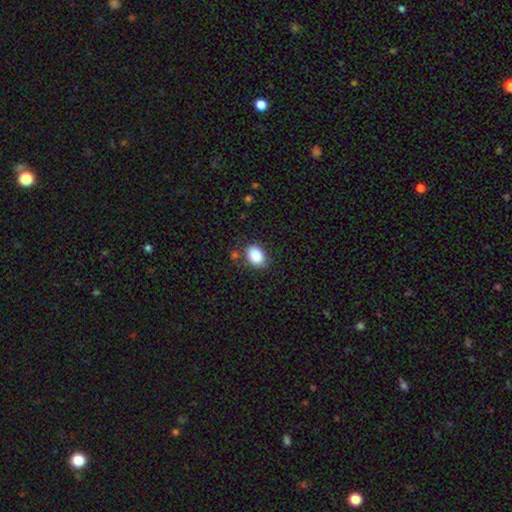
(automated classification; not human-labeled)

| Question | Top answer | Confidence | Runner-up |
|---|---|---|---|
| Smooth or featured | smooth | 88% | star or artifact (8%) |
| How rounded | in between | 80% | round (19%) |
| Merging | none | 78% | minor disturbance (14%) |